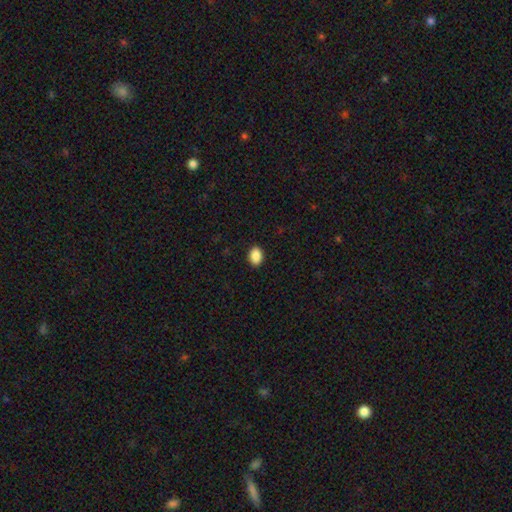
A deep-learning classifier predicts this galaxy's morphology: type=smooth (89%); roundness=in between (80%); merging=none (90%).